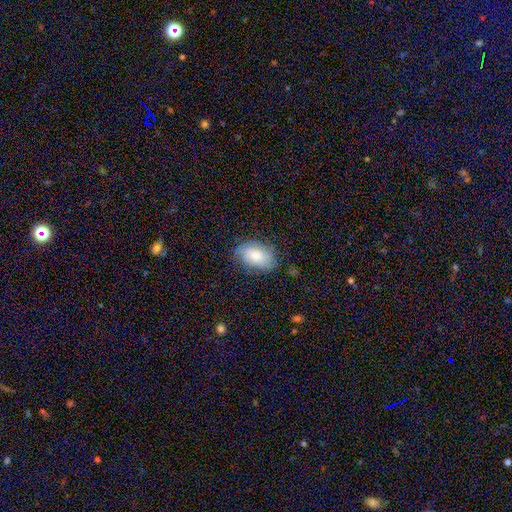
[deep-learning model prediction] A smooth galaxy with no disk features (63%) that is in between round and cigar-shaped (89%). Merging: none (69%).